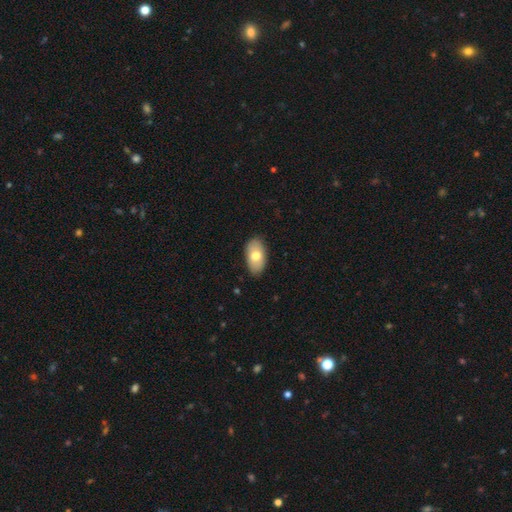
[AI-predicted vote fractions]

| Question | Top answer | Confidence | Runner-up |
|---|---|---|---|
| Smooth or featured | smooth | 73% | featured or disk (20%) |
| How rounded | in between | 94% | round (4%) |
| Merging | none | 85% | minor disturbance (12%) |